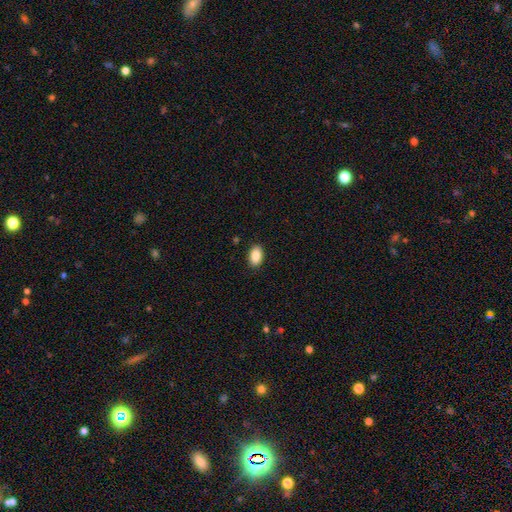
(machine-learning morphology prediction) Smooth or featured? Predicted: smooth (p=0.88). How rounded? Predicted: in between (p=0.90). Merging? Predicted: none (p=0.89).